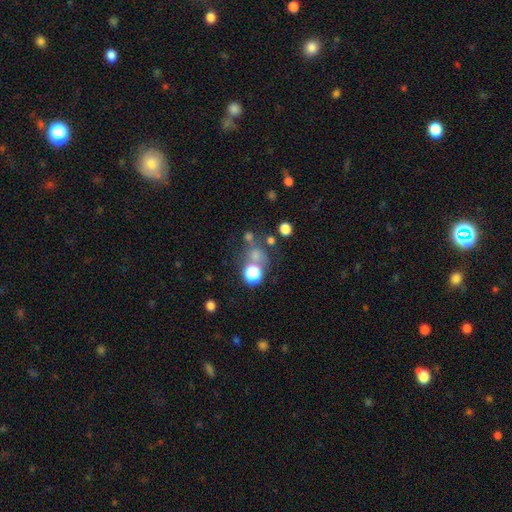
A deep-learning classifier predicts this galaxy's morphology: This is possibly a smooth galaxy (48%). Merging: possibly none (60%).